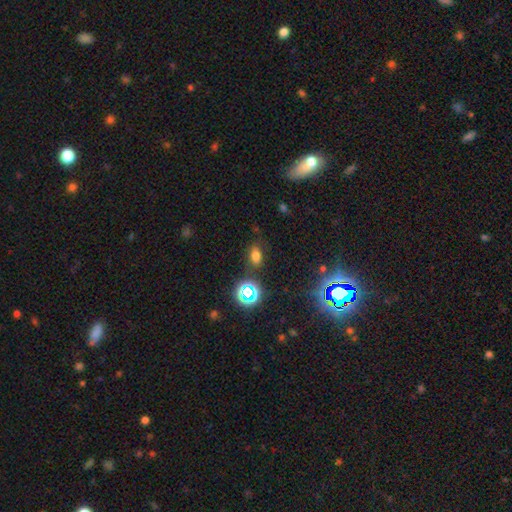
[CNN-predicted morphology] A smooth galaxy with no disk features (66%) that is in between round and cigar-shaped (80%). Merging: none (76%).